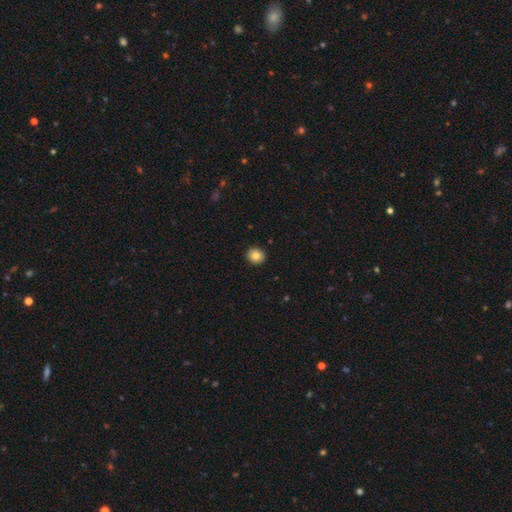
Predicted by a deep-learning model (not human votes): Smooth or featured: smooth — 83% (star or artifact — 9%)
How rounded: round — 80% (in between — 19%)
Merging: none — 92% (minor disturbance — 5%)